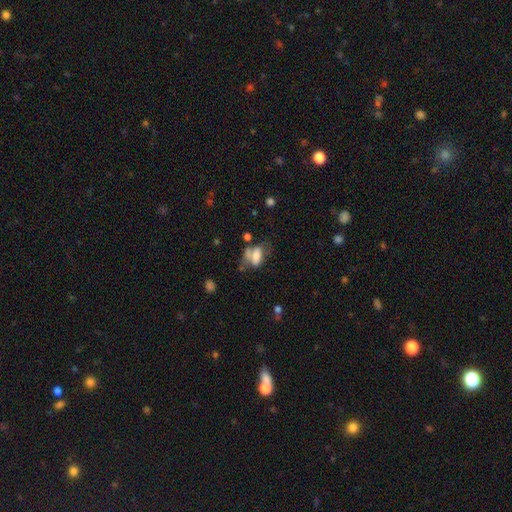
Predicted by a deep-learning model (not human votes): A smooth galaxy with no disk features (58%) that is in between round and cigar-shaped (85%).

Vote fractions:
- Smooth or featured? smooth: 58% / featured or disk: 32% / star or artifact: 11%
- How rounded? in between: 85% / round: 9% / cigar-shaped: 7%
- Merging? none: 29% / major disturbance: 25% / merger: 24% / minor disturbance: 22%